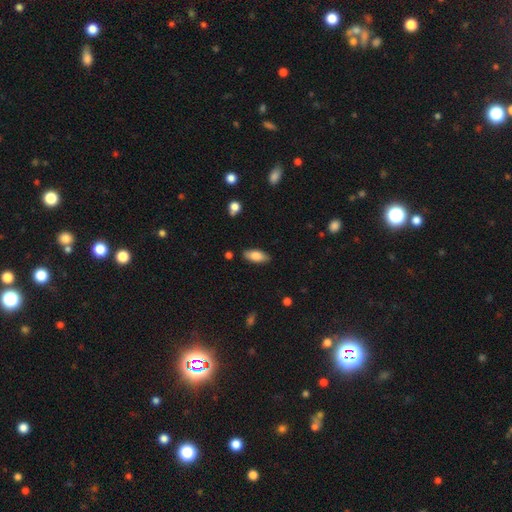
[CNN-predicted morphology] smooth 79%, featured or disk 14%, star or artifact 7%. Down the decision tree: how rounded — in between (83%); merging — none (86%).